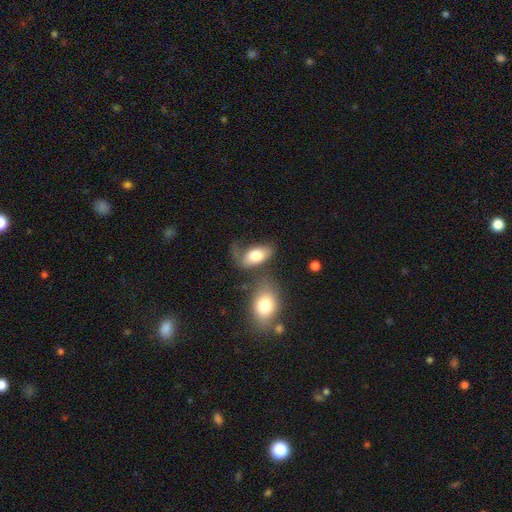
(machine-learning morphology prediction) Smooth or featured?
  - smooth: 74% *
  - featured or disk: 19%
  - star or artifact: 7%
How rounded?
  - in between: 92% *
  - round: 6%
  - cigar-shaped: 2%
Merging?
  - none: 32% *
  - major disturbance: 26%
  - minor disturbance: 22%
  - merger: 21%